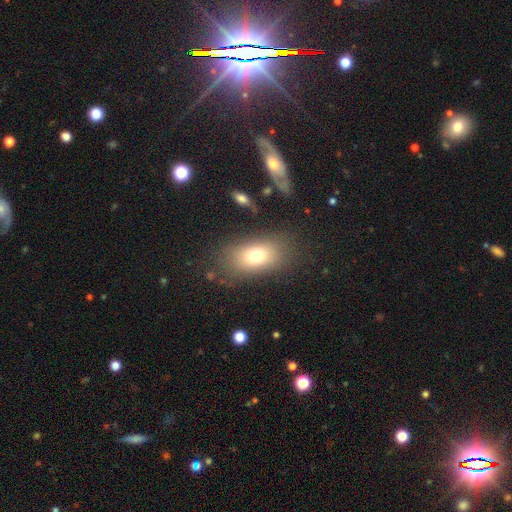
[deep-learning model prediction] This appears to be a smooth galaxy with no disk features (72%) that is in between round and cigar-shaped (83%). Merging: none (79%).